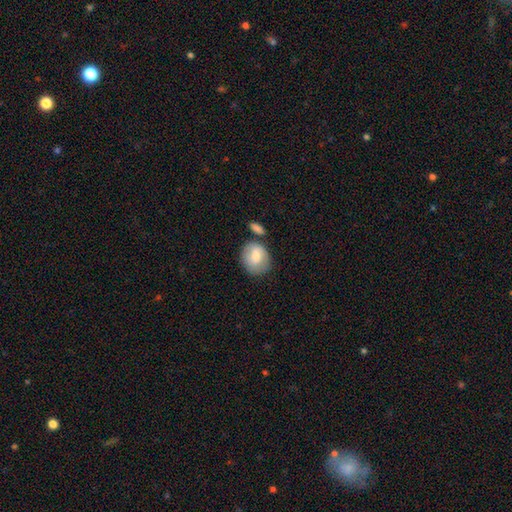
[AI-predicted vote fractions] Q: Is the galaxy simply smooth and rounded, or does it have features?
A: smooth — 70%.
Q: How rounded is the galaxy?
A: round — 64%.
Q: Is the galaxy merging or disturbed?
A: none — 60%.